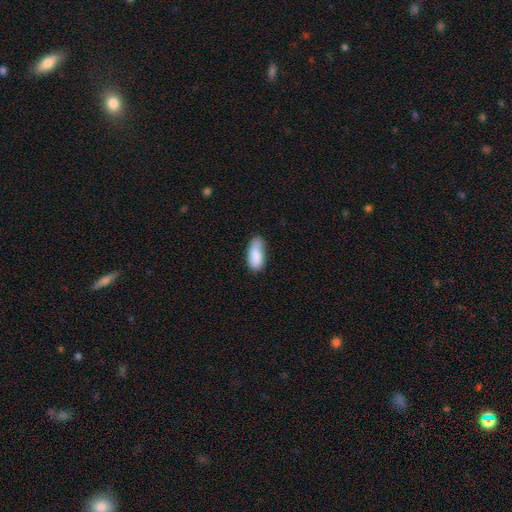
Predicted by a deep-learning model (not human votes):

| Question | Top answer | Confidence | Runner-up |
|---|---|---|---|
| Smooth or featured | smooth | 85% | featured or disk (8%) |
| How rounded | in between | 86% | cigar-shaped (12%) |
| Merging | none | 56% | minor disturbance (33%) |